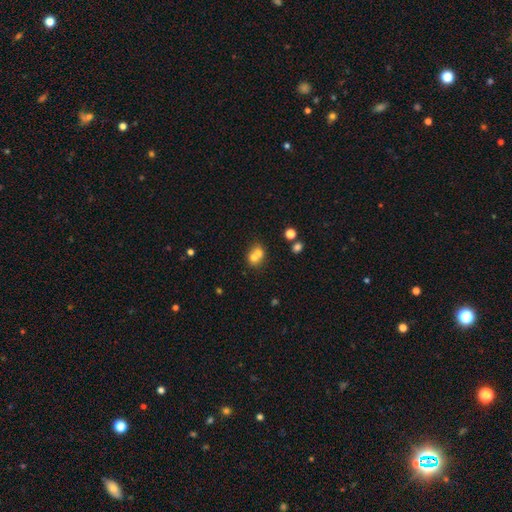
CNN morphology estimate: Smooth or featured? Predicted: smooth (p=0.69). How rounded? Predicted: round (p=0.70). Merging? Predicted: merger (p=0.63).